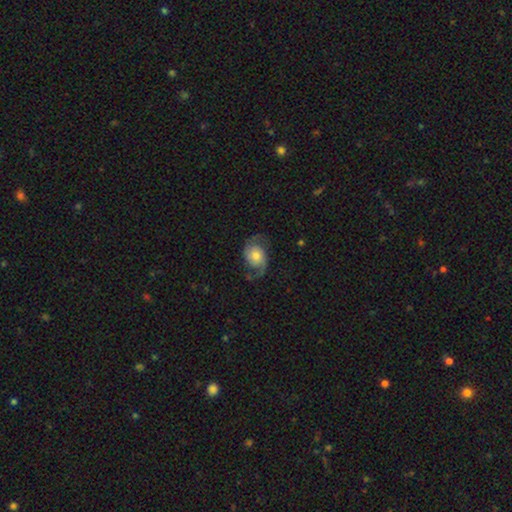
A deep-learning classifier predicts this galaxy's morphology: A featured or disk galaxy (76%) with no bar (75%), 2 (92%) loose (45%) spiral arms (95%) and a moderate central bulge (51%).

Vote fractions:
- Smooth or featured? featured or disk: 76% / smooth: 17% / star or artifact: 7%
- Edge-on disk? no: 97% / yes: 3%
- Bar? no: 75% / weak: 21% / strong: 4%
- Spiral arms? yes: 95% / no: 5%
- Spiral winding? loose: 45% / medium: 41% / tight: 14%
- Spiral arm count? 2: 92% / can't tell: 3% / 1: 3% / 3: 1% / 4: 1% / more than 4: 1%
- Bulge size? moderate: 51% / small: 27% / large: 15% / none: 4% / dominant: 3%
- Merging? none: 69% / minor disturbance: 18% / major disturbance: 11% / merger: 1%